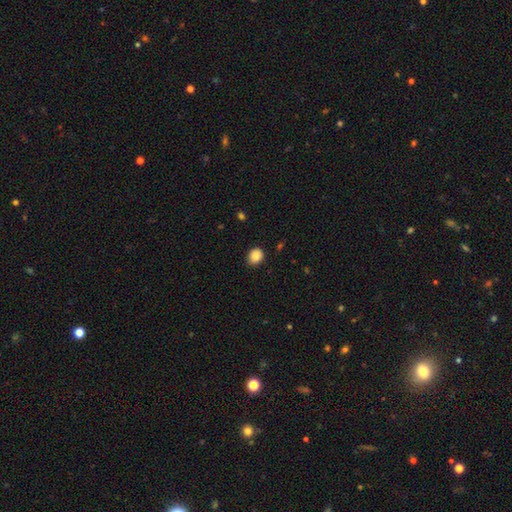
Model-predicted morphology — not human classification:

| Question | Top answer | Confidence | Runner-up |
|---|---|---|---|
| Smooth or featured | smooth | 87% | star or artifact (9%) |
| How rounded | round | 63% | in between (36%) |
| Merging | none | 80% | minor disturbance (16%) |